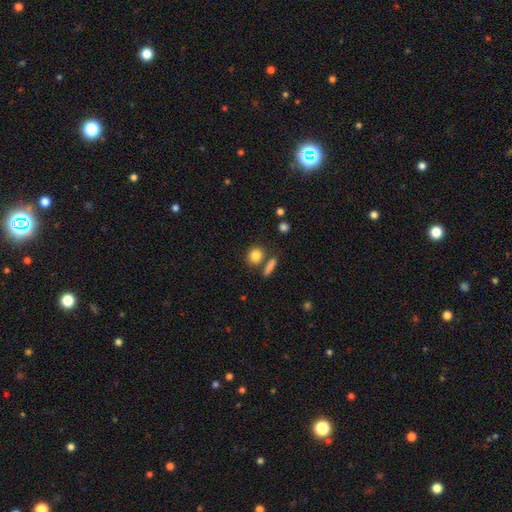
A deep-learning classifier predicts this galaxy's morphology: Smooth or featured? Predicted: smooth (p=0.84). How rounded? Predicted: round (p=0.70). Merging? Predicted: none (p=0.71).